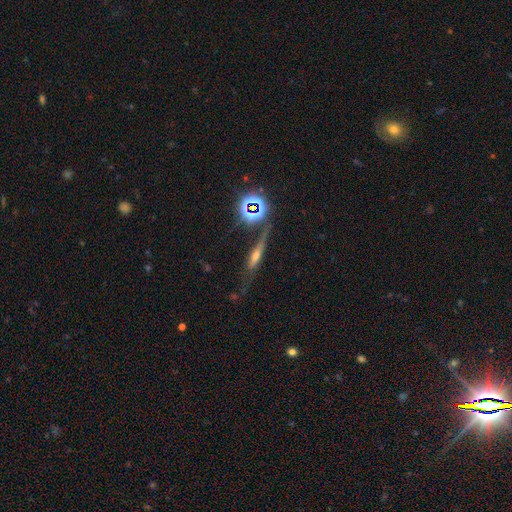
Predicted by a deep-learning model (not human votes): This is possibly a featured or disk galaxy (53%). It is clearly viewed edge-on (82%). Merging: likely none (64%).